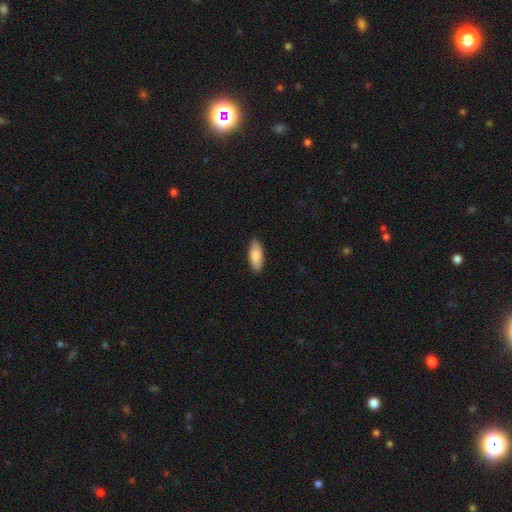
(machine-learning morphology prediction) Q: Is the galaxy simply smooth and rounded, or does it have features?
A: smooth — 82%.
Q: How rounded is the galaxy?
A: in between — 83%.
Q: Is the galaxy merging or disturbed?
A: none — 88%.